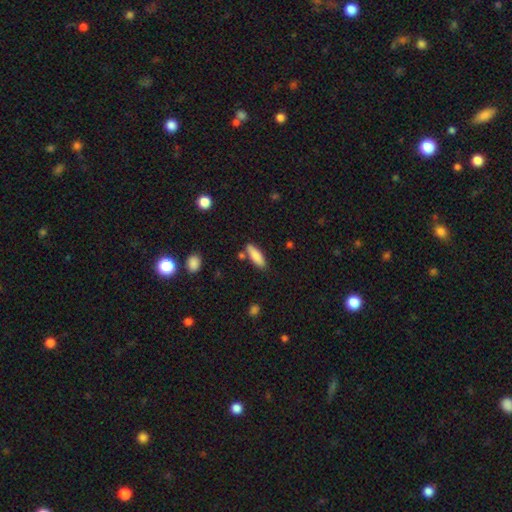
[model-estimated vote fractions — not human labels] Smooth or featured?
  - smooth: 82% *
  - featured or disk: 11%
  - star or artifact: 7%
How rounded?
  - in between: 50% *
  - cigar-shaped: 48%
  - round: 2%
Merging?
  - none: 77% *
  - minor disturbance: 13%
  - merger: 8%
  - major disturbance: 3%